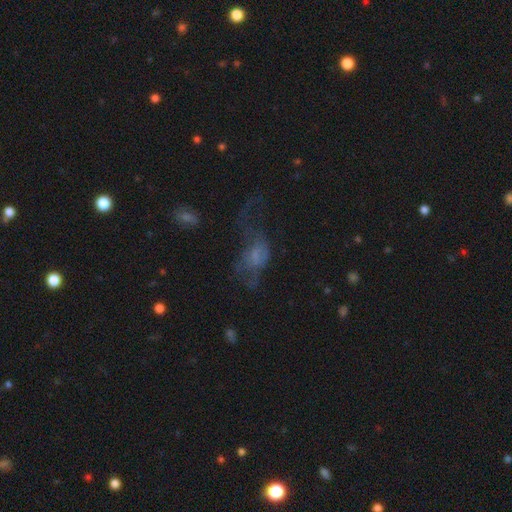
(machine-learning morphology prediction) This is marginally a featured or disk galaxy (42%). Merging: possibly major disturbance (56%).